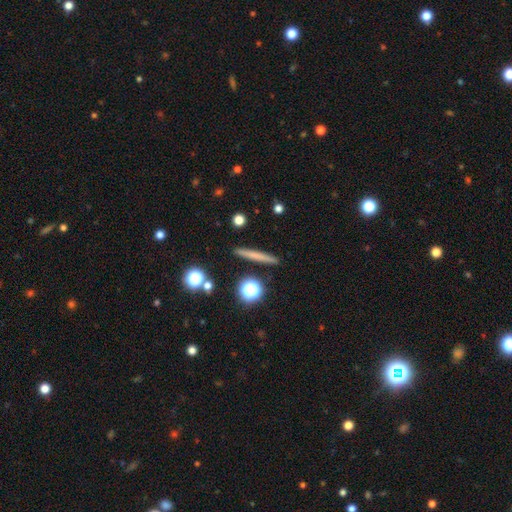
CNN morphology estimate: smooth_or_featured: smooth (p=0.63) [alt: featured or disk p=0.28]
how_rounded: cigar-shaped (p=0.92) [alt: round p=0.05]
merging: none (p=0.90) [alt: minor disturbance p=0.06]